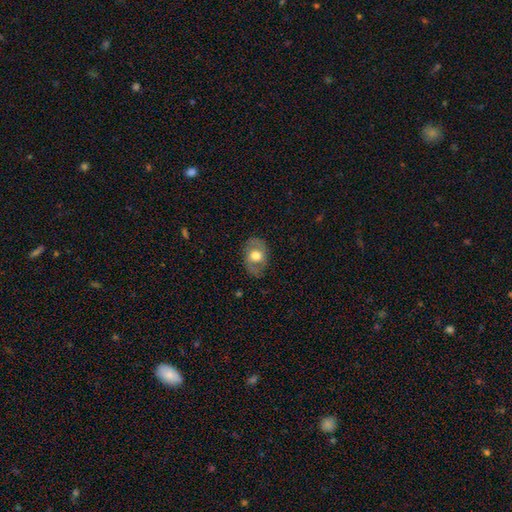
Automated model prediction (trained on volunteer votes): smooth-or-featured: featured or disk: 47% | smooth: 46% | star or artifact: 7%
  merging: none: 78% | minor disturbance: 16% | major disturbance: 5% | merger: 1%